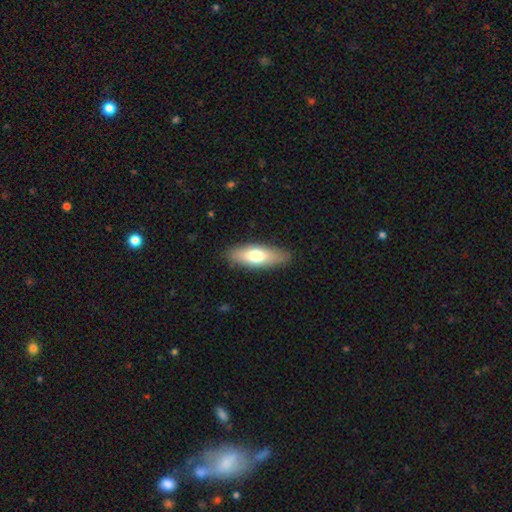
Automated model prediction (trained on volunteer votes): smooth_or_featured: smooth (p=0.68) [alt: featured or disk p=0.27]
how_rounded: in between (p=0.64) [alt: cigar-shaped p=0.33]
merging: none (p=0.86) [alt: minor disturbance p=0.10]